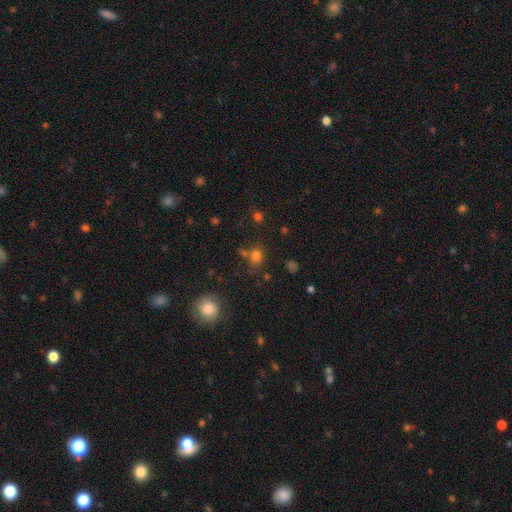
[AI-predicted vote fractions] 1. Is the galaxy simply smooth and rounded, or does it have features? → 75% smooth, 18% star or artifact, 7% featured or disk.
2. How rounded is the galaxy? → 70% round, 29% in between, 1% cigar-shaped.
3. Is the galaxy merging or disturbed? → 65% none, 15% merger, 13% minor disturbance, 6% major disturbance.